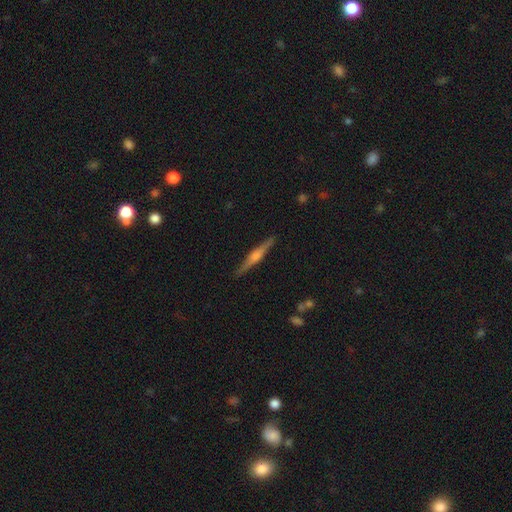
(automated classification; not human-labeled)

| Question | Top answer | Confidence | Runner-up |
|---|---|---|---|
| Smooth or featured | featured or disk | 74% | smooth (20%) |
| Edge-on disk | yes | 98% | no (2%) |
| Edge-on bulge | rounded | 80% | boxy (14%) |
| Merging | none | 91% | minor disturbance (7%) |